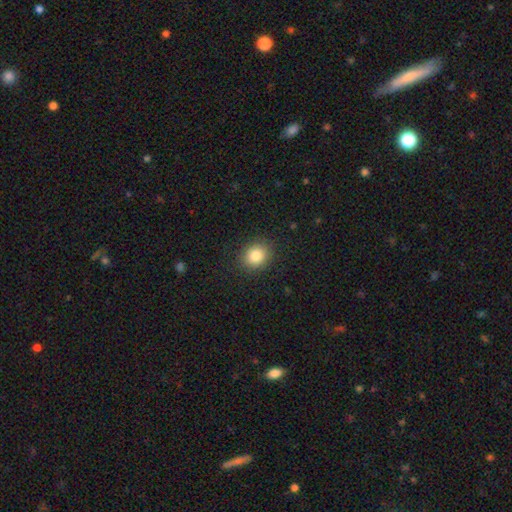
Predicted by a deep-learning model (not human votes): A smooth galaxy with no disk features (84%) that is round (71%).

Vote fractions:
- Smooth or featured? smooth: 84% / star or artifact: 10% / featured or disk: 6%
- How rounded? round: 71% / in between: 28% / cigar-shaped: 1%
- Merging? none: 88% / minor disturbance: 8% / major disturbance: 3% / merger: 1%